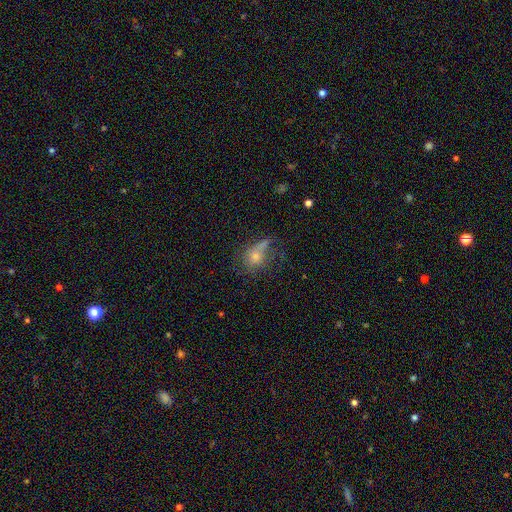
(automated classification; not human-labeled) Smooth or featured? Predicted: smooth (p=0.52). How rounded? Predicted: round (p=0.51). Merging? Predicted: none (p=0.42).